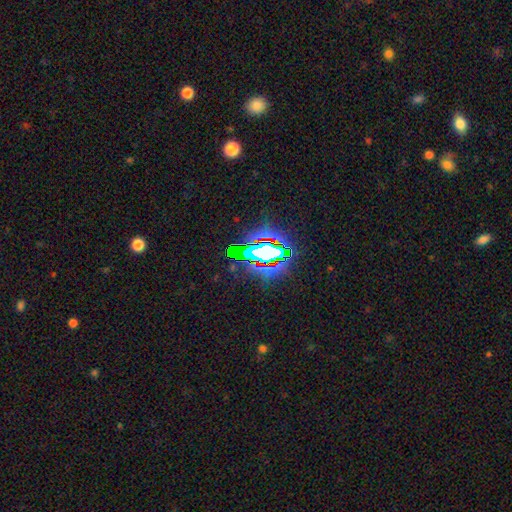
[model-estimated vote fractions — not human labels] Smooth or featured? Predicted: star or artifact (p=0.77).